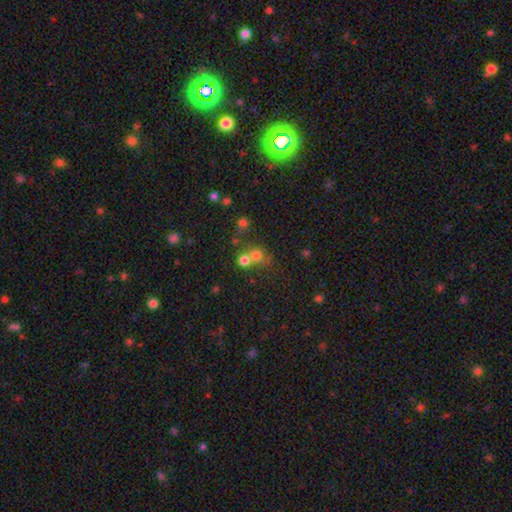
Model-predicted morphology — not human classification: smooth-or-featured: smooth: 70% | star or artifact: 18% | featured or disk: 12%
  how-rounded: round: 84% | in between: 15% | cigar-shaped: 1%
  merging: none: 44% (tied) | merger: 44% (tied) | minor disturbance: 7% | major disturbance: 5%